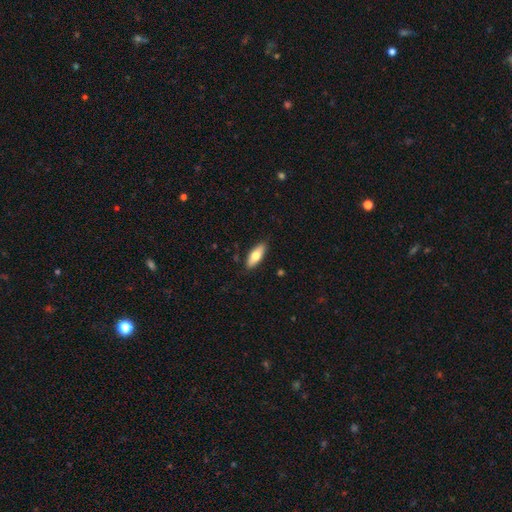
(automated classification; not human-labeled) Overall: smooth (72%). How rounded: in between (75%). Merging: none (88%).